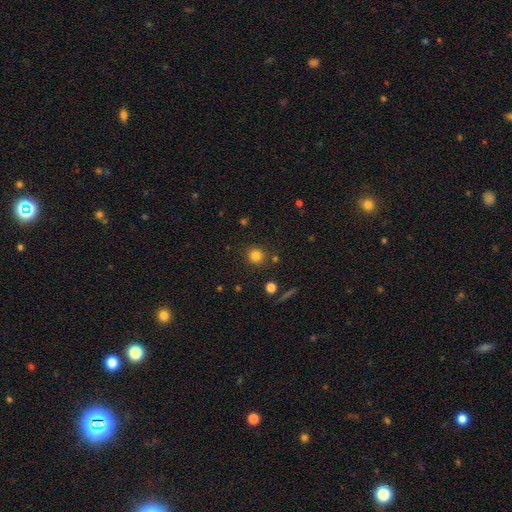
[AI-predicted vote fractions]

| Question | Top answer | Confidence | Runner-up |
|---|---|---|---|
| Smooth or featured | smooth | 81% | star or artifact (13%) |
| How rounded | round | 91% | in between (8%) |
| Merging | none | 85% | minor disturbance (8%) |